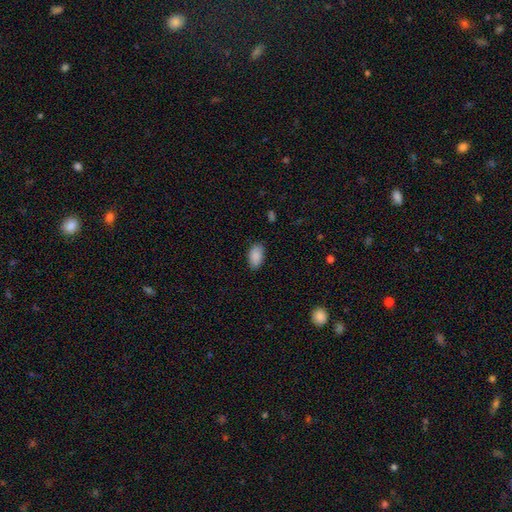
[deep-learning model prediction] Morphology: type=smooth (89%); roundness=in between (93%); merging=none (82%).